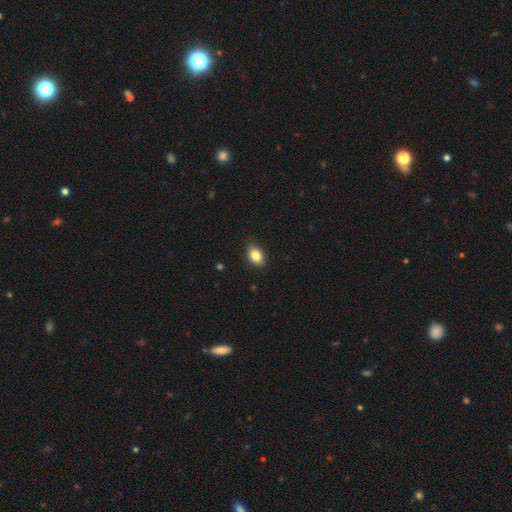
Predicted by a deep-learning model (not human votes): Smooth or featured?
  - smooth: 85% *
  - star or artifact: 8%
  - featured or disk: 7%
How rounded?
  - in between: 84% *
  - round: 15%
  - cigar-shaped: 2%
Merging?
  - none: 87% *
  - minor disturbance: 10%
  - major disturbance: 2%
  - merger: 1%